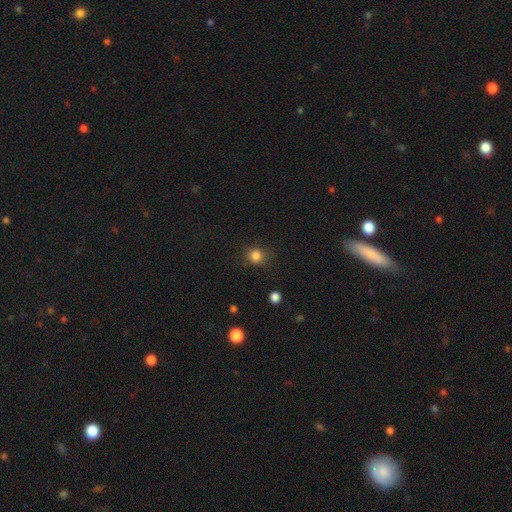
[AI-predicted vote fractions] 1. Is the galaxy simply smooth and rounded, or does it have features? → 83% smooth, 12% star or artifact, 4% featured or disk.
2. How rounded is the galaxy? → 81% round, 18% in between, 1% cigar-shaped.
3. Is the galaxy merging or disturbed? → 80% none, 14% minor disturbance, 4% major disturbance, 2% merger.